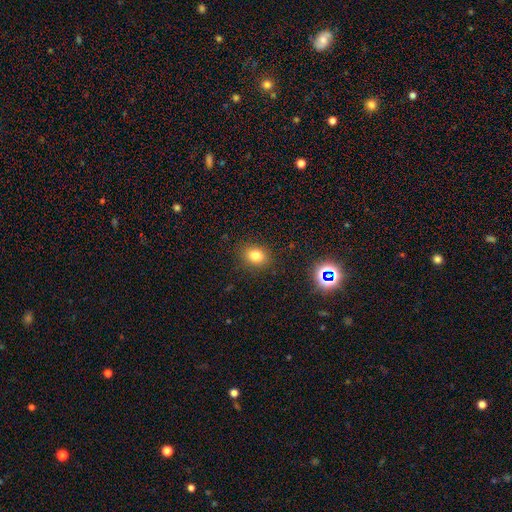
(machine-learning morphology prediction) A smooth galaxy with no disk features (79%) that is in between round and cigar-shaped (51%).

Vote fractions:
- Smooth or featured? smooth: 79% / star or artifact: 14% / featured or disk: 7%
- How rounded? in between: 51% / round: 47% / cigar-shaped: 1%
- Merging? none: 87% / minor disturbance: 8% / major disturbance: 3% / merger: 1%